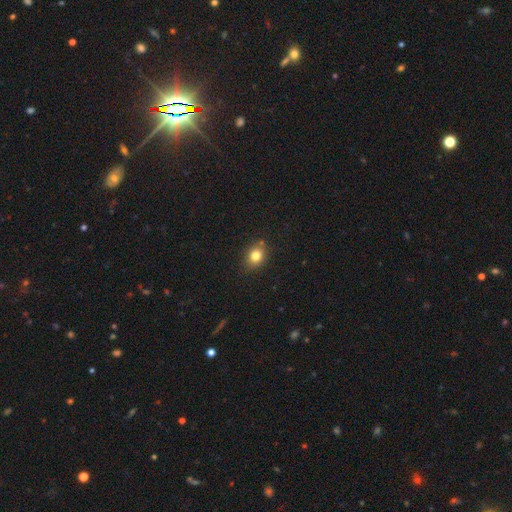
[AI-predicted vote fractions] This appears to be a smooth galaxy with no disk features (80%) that is round (54%). Merging: none (82%).